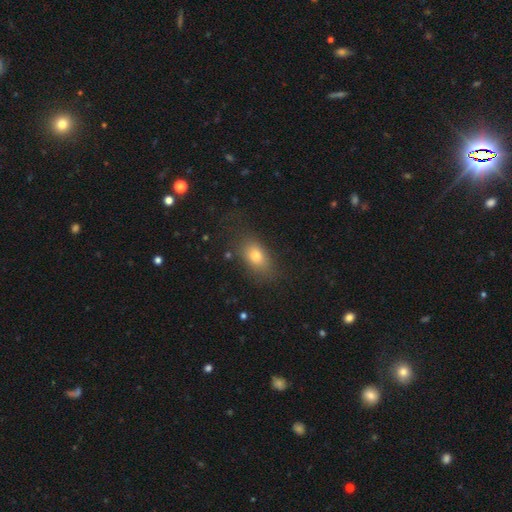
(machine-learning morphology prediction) Overall: smooth (75%). How rounded: in between (80%). Merging: none (70%).